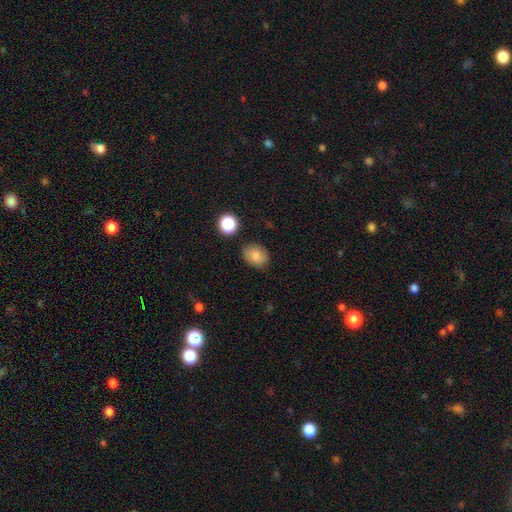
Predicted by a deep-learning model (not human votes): Overall: smooth (82%). How rounded: round (55%; in between 44%). Merging: none (81%).